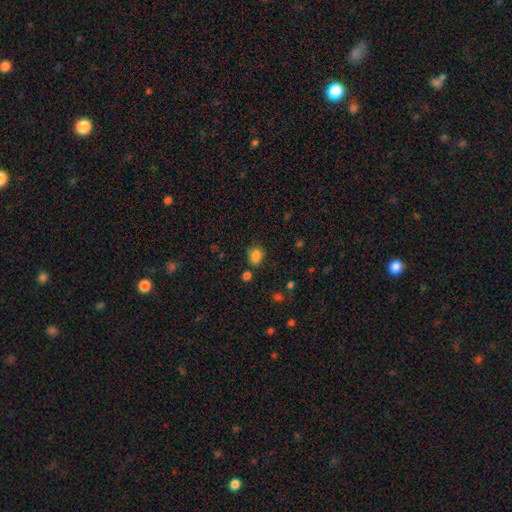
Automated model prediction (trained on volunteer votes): smooth 82%, star or artifact 12%, featured or disk 5%. Down the decision tree: how rounded — in between (55%); merging — none (69%).